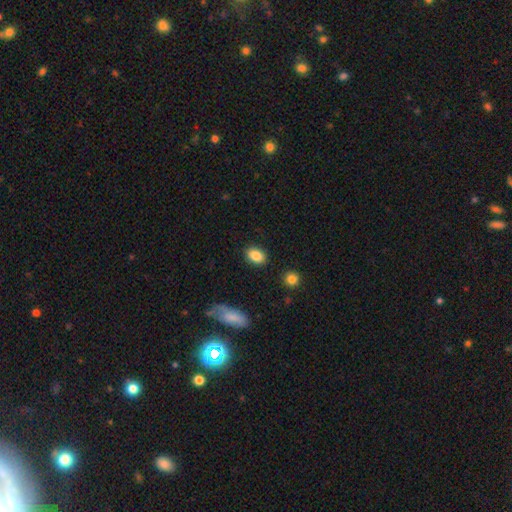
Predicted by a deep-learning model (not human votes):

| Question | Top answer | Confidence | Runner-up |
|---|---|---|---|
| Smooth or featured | smooth | 86% | star or artifact (8%) |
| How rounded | in between | 84% | round (15%) |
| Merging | none | 87% | minor disturbance (8%) |